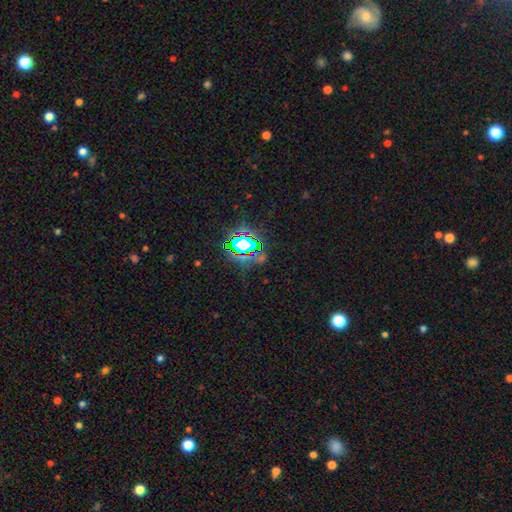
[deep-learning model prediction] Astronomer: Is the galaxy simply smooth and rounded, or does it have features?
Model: star or artifact — 73%.